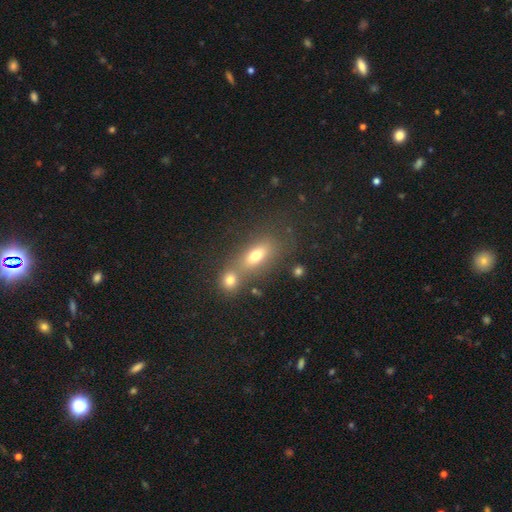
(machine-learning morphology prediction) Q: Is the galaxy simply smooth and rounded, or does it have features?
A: smooth — 70%.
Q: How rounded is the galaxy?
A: in between — 74%.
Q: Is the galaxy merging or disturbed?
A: none — 44%.